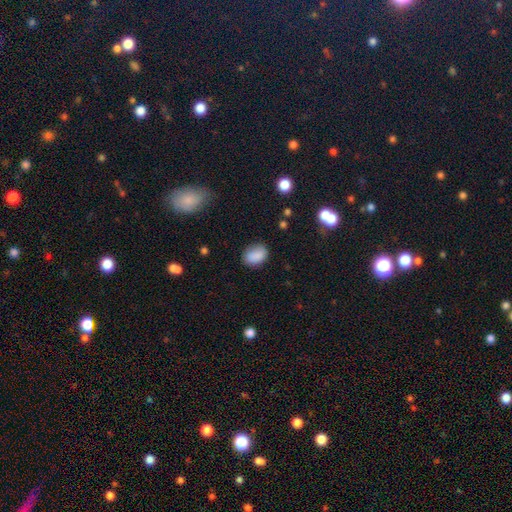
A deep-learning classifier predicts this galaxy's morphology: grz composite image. It shows a smooth galaxy with no disk features (87%) that is in between round and cigar-shaped (75%). Merging: none (78%).